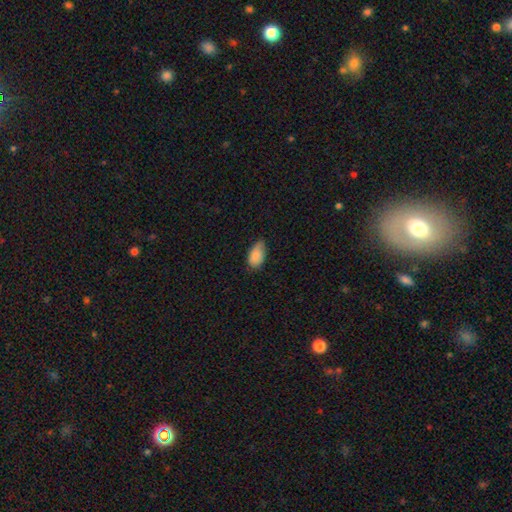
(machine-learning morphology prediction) Smooth or featured? Predicted: smooth (p=0.86). How rounded? Predicted: in between (p=0.93). Merging? Predicted: none (p=0.56).